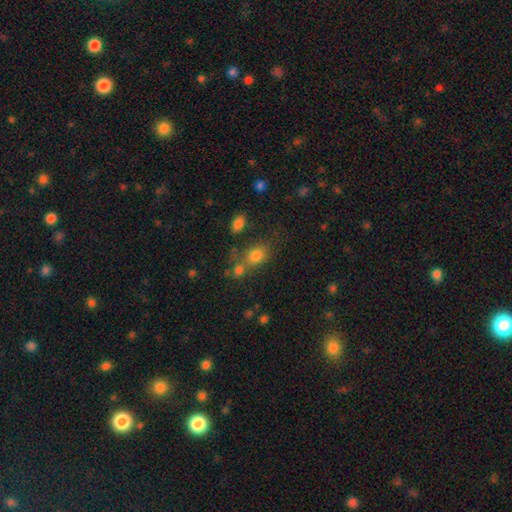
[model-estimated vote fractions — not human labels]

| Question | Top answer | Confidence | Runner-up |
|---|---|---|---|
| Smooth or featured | smooth | 77% | star or artifact (13%) |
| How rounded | in between | 54% | round (44%) |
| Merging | none | 48% | merger (32%) |